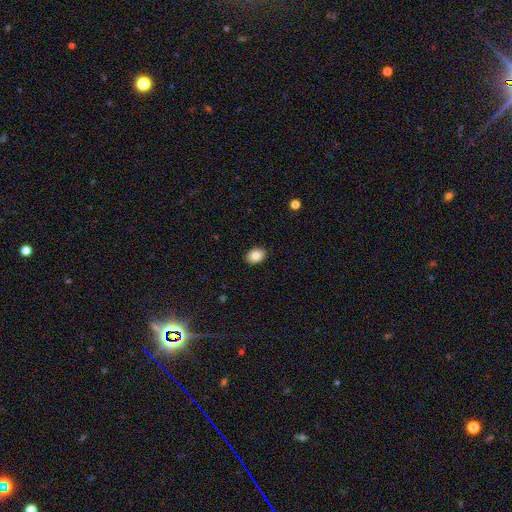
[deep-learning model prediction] Smooth or featured: smooth — 85% (star or artifact — 8%)
How rounded: in between — 74% (round — 25%)
Merging: none — 90% (minor disturbance — 7%)